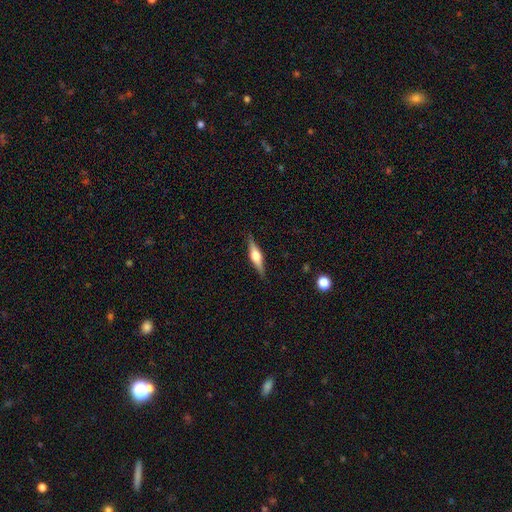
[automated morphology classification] Smooth or featured? featured or disk (70%)
Edge-on disk? yes (97%)
Edge-on bulge? rounded (89%)
Merging? none (89%)